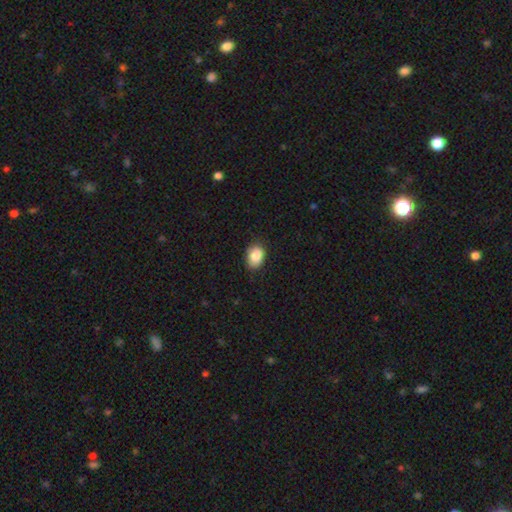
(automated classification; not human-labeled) smooth_or_featured: smooth (p=0.86) [alt: star or artifact p=0.08]
how_rounded: in between (p=0.73) [alt: round p=0.26]
merging: none (p=0.80) [alt: minor disturbance p=0.16]